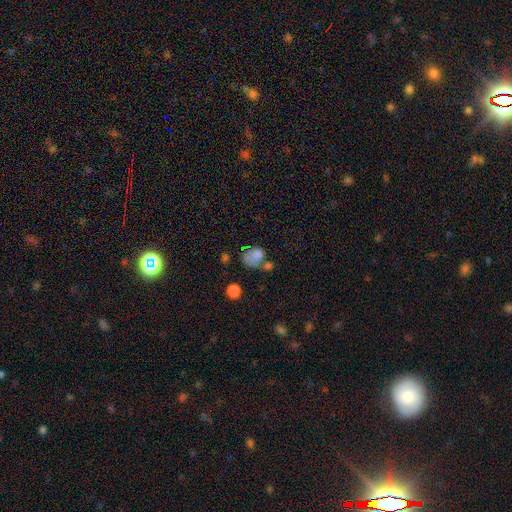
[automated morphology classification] smooth-or-featured: smooth: 73% | featured or disk: 15% | star or artifact: 12%
  how-rounded: round: 51% | in between: 48% | cigar-shaped: 1%
  merging: none: 33% | merger: 27% | minor disturbance: 21% | major disturbance: 18%